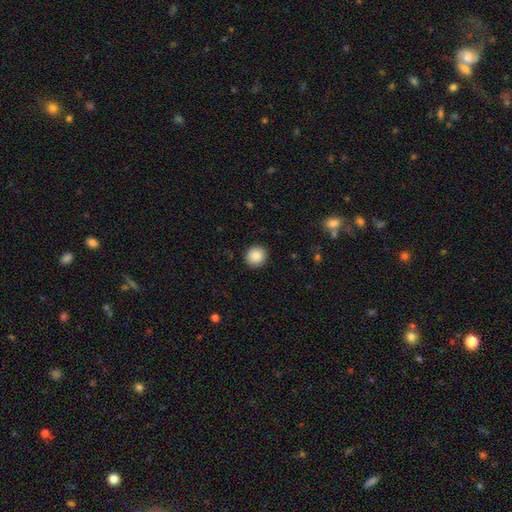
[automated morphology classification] Smooth or featured? Predicted: smooth (p=0.88). How rounded? Predicted: round (p=0.92). Merging? Predicted: none (p=0.91).